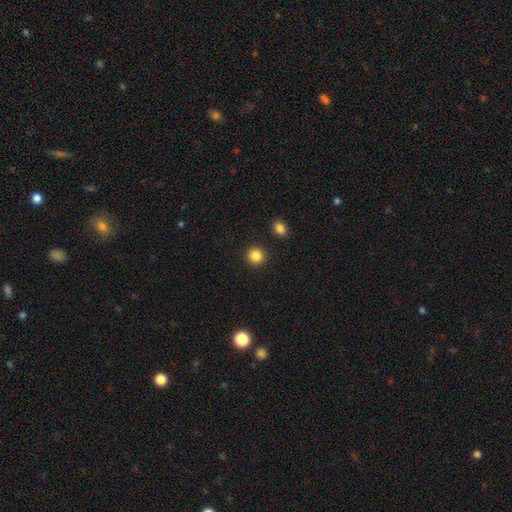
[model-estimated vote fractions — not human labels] Smooth or featured?
  - smooth: 86% *
  - star or artifact: 10%
  - featured or disk: 4%
How rounded?
  - round: 92% *
  - in between: 7%
  - cigar-shaped: 1%
Merging?
  - none: 92% *
  - minor disturbance: 4%
  - merger: 2%
  - major disturbance: 2%